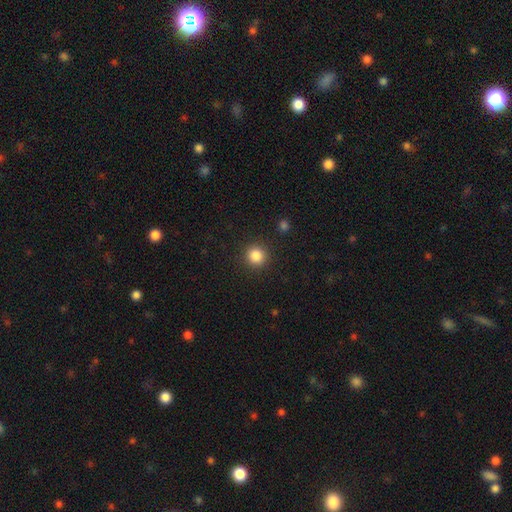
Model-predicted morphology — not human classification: Smooth or featured? Predicted: smooth (p=0.85). How rounded? Predicted: round (p=0.93). Merging? Predicted: none (p=0.91).